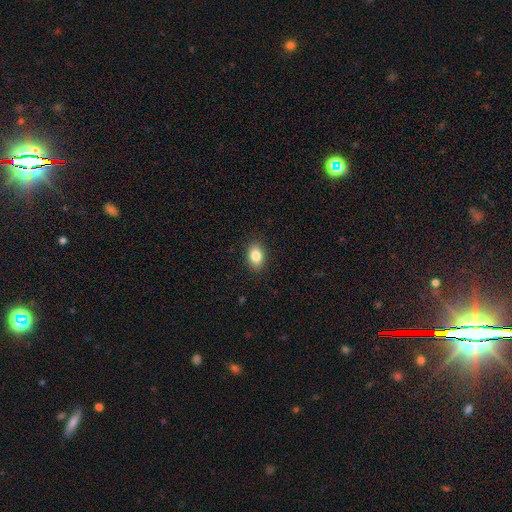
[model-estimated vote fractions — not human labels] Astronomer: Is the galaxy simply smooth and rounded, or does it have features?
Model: smooth — 84%.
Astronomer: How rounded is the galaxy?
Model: in between — 84%.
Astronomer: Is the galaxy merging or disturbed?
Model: none — 89%.